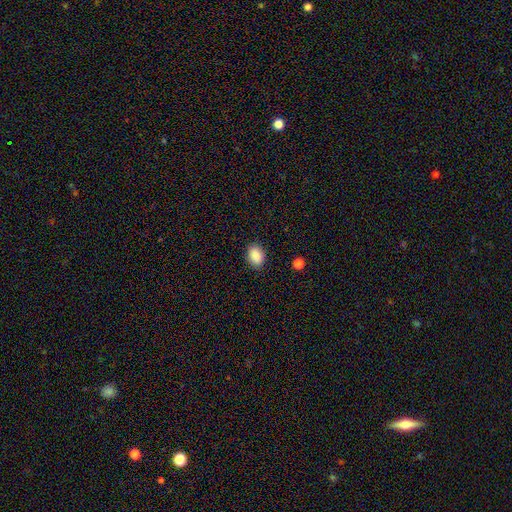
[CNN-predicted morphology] Smooth or featured?
  - smooth: 88% *
  - star or artifact: 8%
  - featured or disk: 4%
How rounded?
  - in between: 77% *
  - round: 22%
  - cigar-shaped: 1%
Merging?
  - none: 87% *
  - minor disturbance: 9%
  - major disturbance: 2%
  - merger: 1%